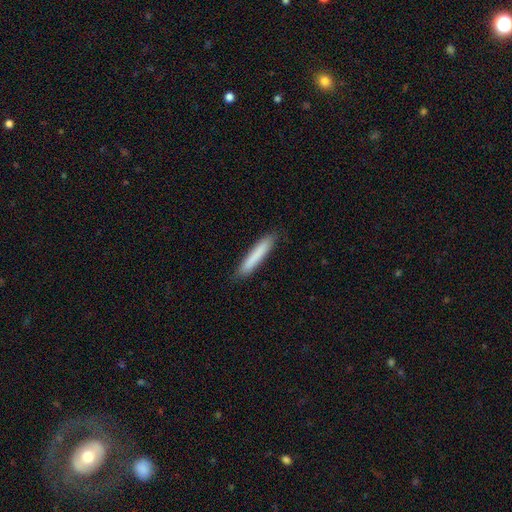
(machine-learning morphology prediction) This appears to be a smooth galaxy with no disk features (81%) that is cigar-shaped (94%). Merging: none (89%).